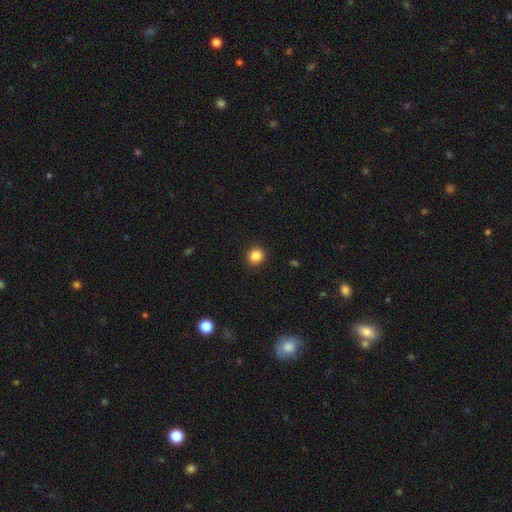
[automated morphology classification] smooth_or_featured: smooth (p=0.86) [alt: star or artifact p=0.10]
how_rounded: round (p=0.88) [alt: in between p=0.11]
merging: none (p=0.92) [alt: minor disturbance p=0.05]